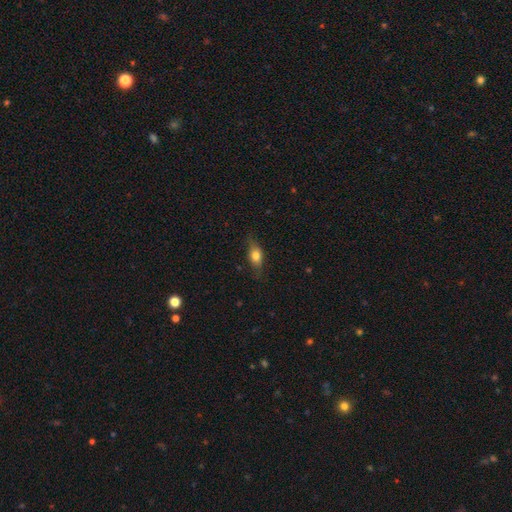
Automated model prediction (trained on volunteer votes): Overall: smooth (73%). How rounded: in between (76%). Merging: none (74%).